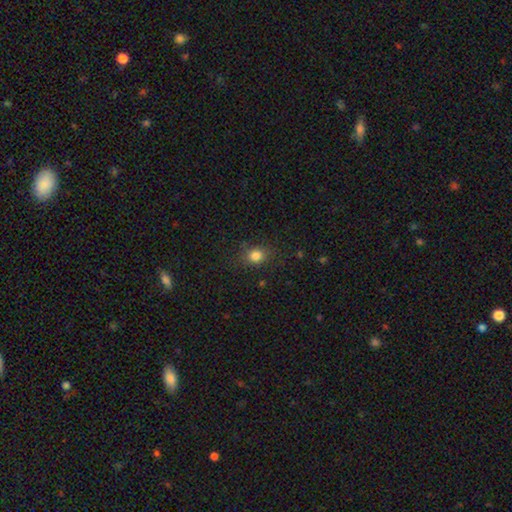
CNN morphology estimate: Smooth or featured?
  - smooth: 82% *
  - star or artifact: 12%
  - featured or disk: 6%
How rounded?
  - round: 64% *
  - in between: 34%
  - cigar-shaped: 1%
Merging?
  - none: 80% *
  - minor disturbance: 14%
  - major disturbance: 5%
  - merger: 2%